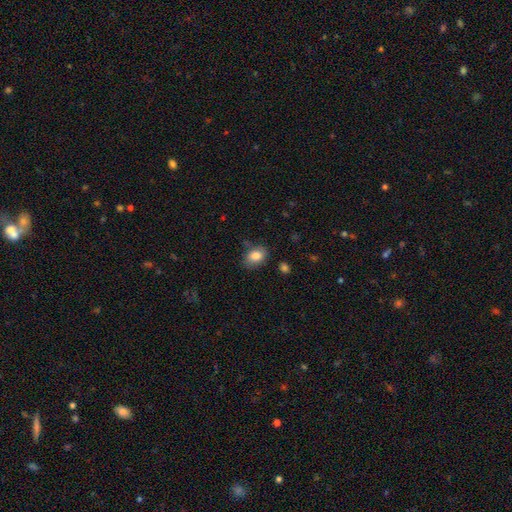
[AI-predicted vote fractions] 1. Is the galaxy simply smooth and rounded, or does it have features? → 83% smooth, 9% featured or disk, 8% star or artifact.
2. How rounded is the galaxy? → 76% in between, 23% round, 1% cigar-shaped.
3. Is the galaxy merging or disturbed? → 76% none, 17% minor disturbance, 4% major disturbance, 3% merger.